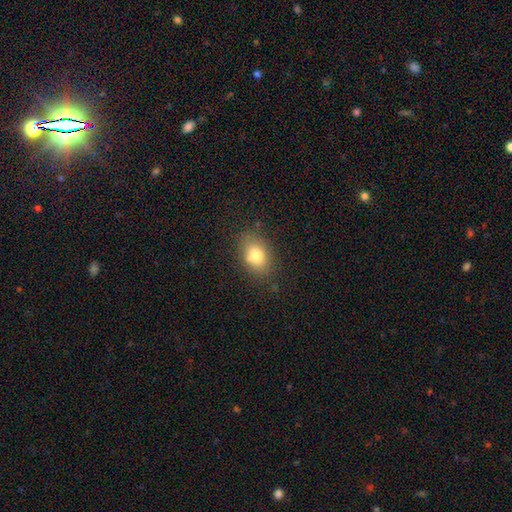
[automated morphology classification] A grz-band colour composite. It shows a smooth galaxy with no disk features (77%) that is in between round and cigar-shaped (75%). Merging: none (77%).